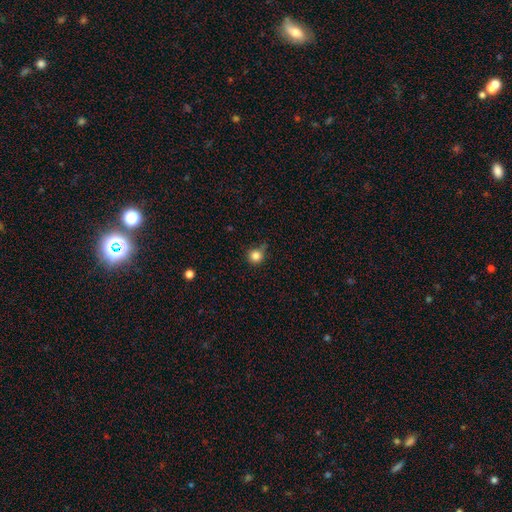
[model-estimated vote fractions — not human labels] A smooth galaxy with no disk features (82%) that is round (92%). Merging: none (65%).